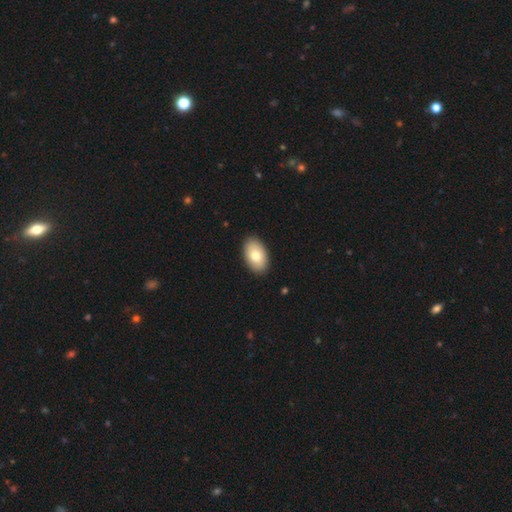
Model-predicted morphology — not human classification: Q: Smooth or featured?
A: smooth (78%); runner-up: featured or disk (16%)
Q: How rounded?
A: in between (94%); runner-up: round (5%)
Q: Merging?
A: none (90%); runner-up: minor disturbance (8%)